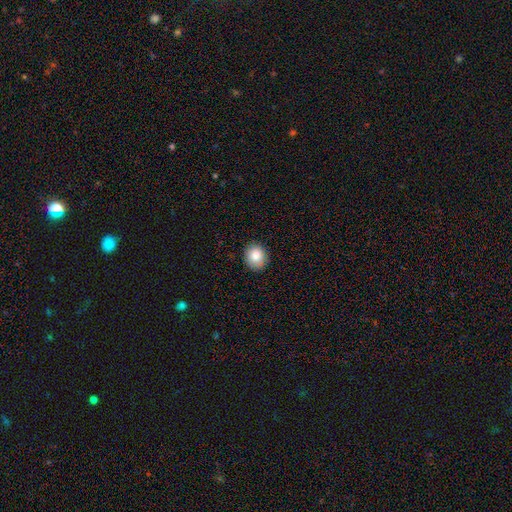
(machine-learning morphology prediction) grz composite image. It shows a smooth galaxy with no disk features (83%) that is round (81%). Merging: none (89%).